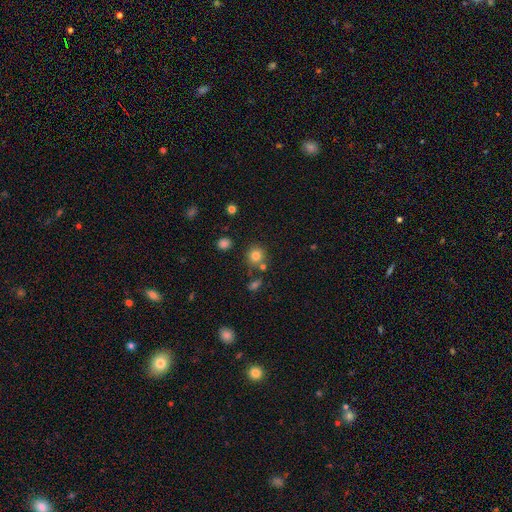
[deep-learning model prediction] Smooth or featured? Predicted: smooth (p=0.80). How rounded? Predicted: round (p=0.89). Merging? Predicted: none (p=0.74).